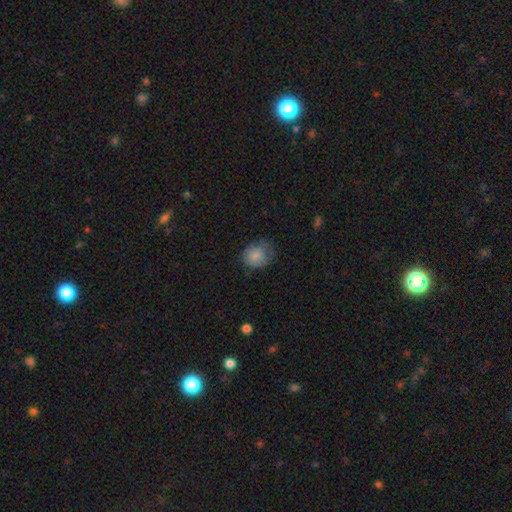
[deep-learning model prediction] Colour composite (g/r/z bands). It shows a smooth galaxy with no disk features (83%) that is round (69%). Merging: none (60%).